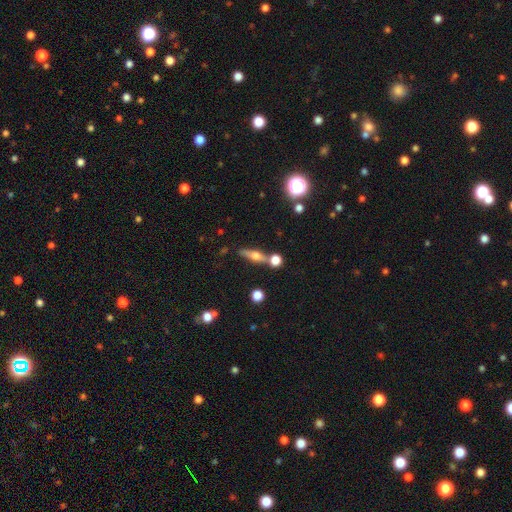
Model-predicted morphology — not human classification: A featured or disk galaxy (49%). Merging: none (66%).